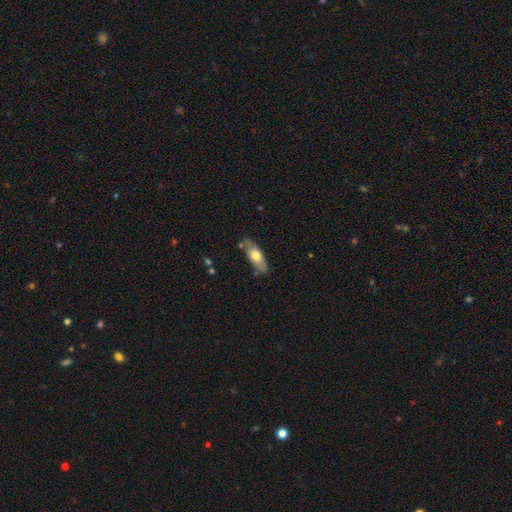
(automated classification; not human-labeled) The model was most divided on "smooth or featured": smooth: 59%, featured or disk: 35%, star or artifact: 6%. More confident: merging — none (74%); how rounded — in between (70%).